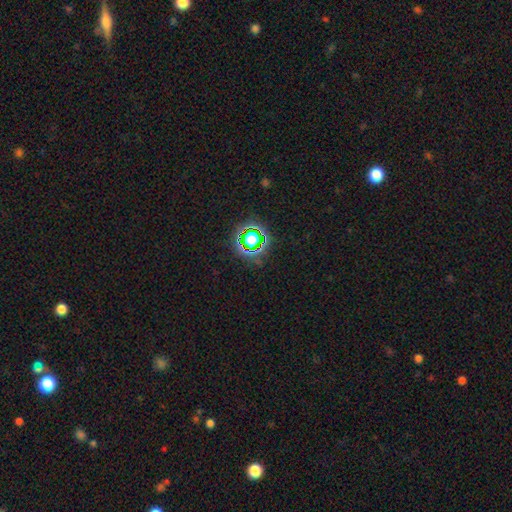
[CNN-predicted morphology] Smooth or featured? star or artifact (76%)